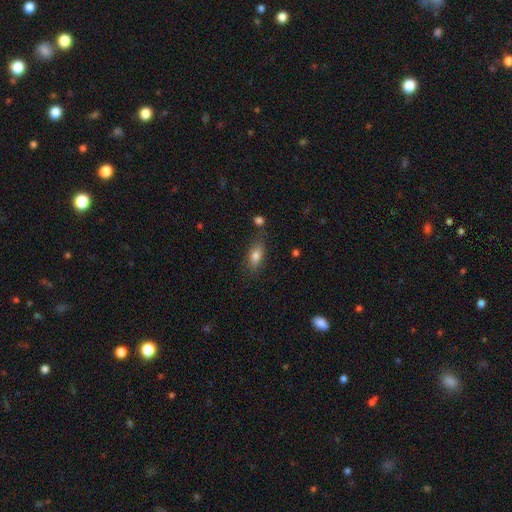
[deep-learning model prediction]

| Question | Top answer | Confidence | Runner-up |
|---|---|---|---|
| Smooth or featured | smooth | 80% | featured or disk (12%) |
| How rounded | in between | 83% | cigar-shaped (11%) |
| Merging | none | 77% | minor disturbance (15%) |